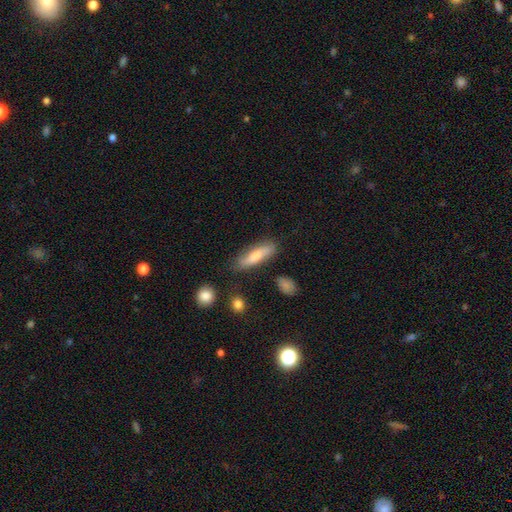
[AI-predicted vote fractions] smooth 68%, featured or disk 25%, star or artifact 7%. Down the decision tree: how rounded — cigar-shaped (62%); merging — none (77%).